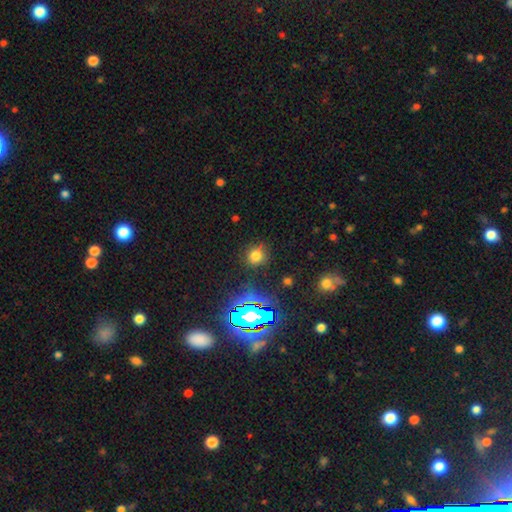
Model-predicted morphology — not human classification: type=smooth (64%); roundness=round (76%); merging=none (76%).